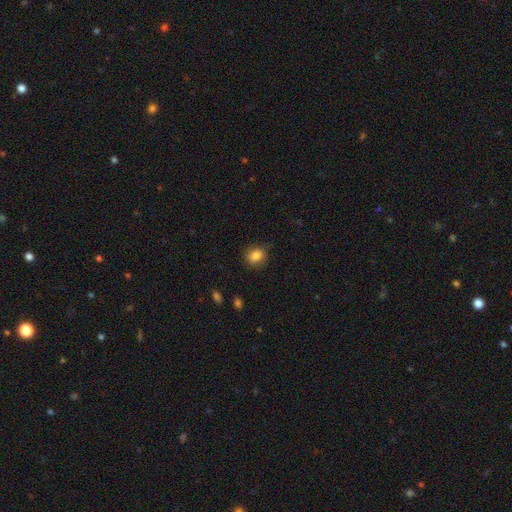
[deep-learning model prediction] Morphology: type=smooth (84%); roundness=round (51%); merging=none (78%).